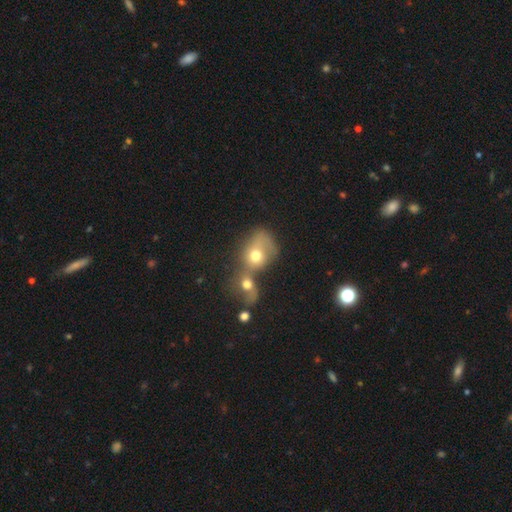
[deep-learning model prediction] A smooth galaxy with no disk features (64%) that is round (55%). Merging: merger (73%).